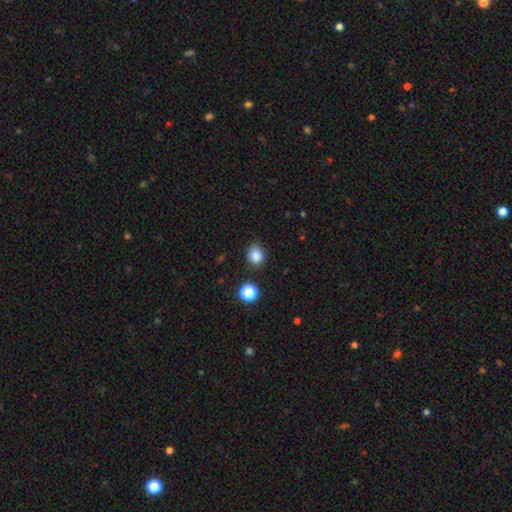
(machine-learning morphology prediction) smooth 84%, star or artifact 12%, featured or disk 4%. Down the decision tree: how rounded — round (59%); merging — none (79%).